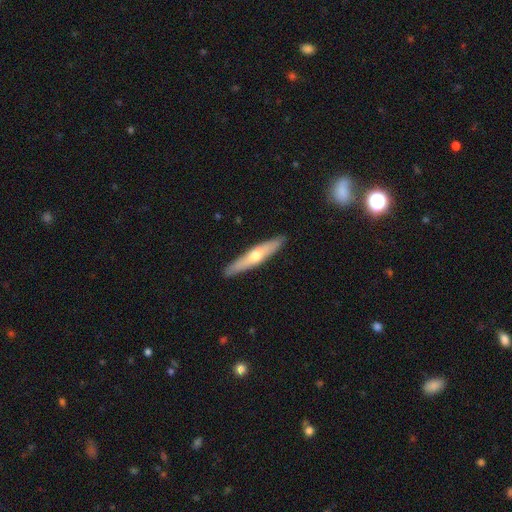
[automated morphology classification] Q: Smooth or featured?
A: featured or disk (51%); runner-up: smooth (43%)
Q: Edge-on disk?
A: yes (88%); runner-up: no (12%)
Q: Merging?
A: none (90%); runner-up: minor disturbance (7%)